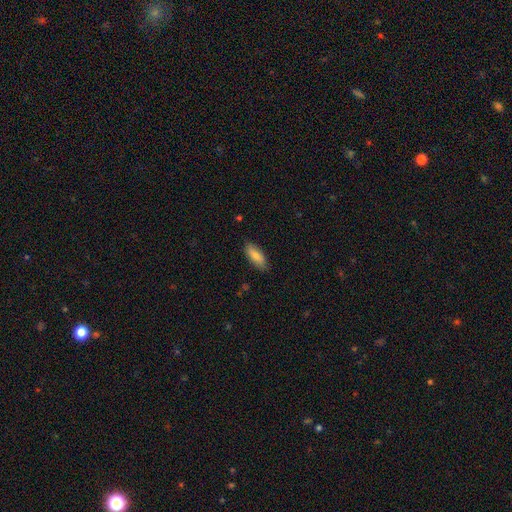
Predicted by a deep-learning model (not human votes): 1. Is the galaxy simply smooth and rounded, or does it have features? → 83% smooth, 11% featured or disk, 6% star or artifact.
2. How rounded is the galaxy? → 74% in between, 25% cigar-shaped, 2% round.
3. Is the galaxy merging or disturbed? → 85% none, 12% minor disturbance, 2% major disturbance, 1% merger.